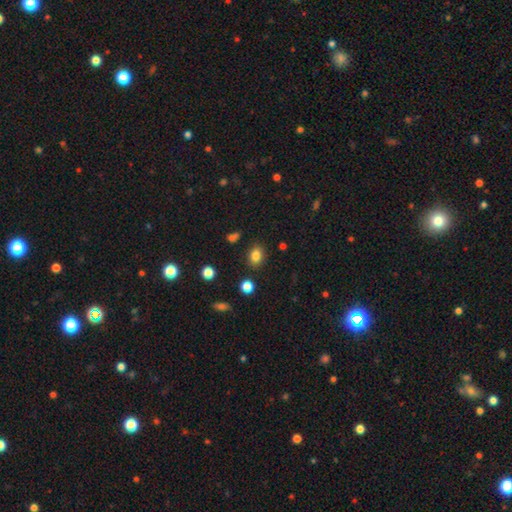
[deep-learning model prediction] smooth_or_featured: smooth (p=0.83) [alt: star or artifact p=0.11]
how_rounded: in between (p=0.61) [alt: round p=0.37]
merging: none (p=0.84) [alt: minor disturbance p=0.10]